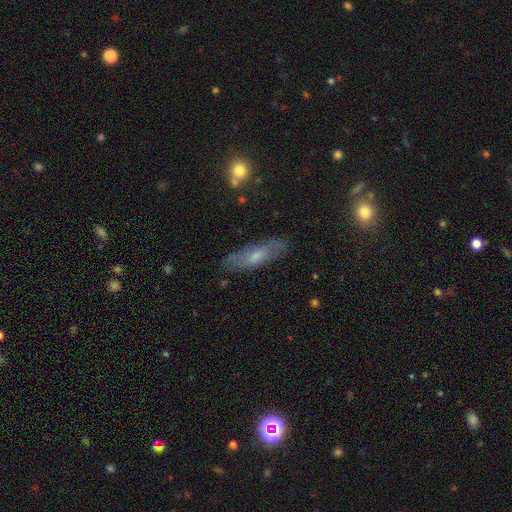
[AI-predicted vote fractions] Smooth or featured: featured or disk — 48% (smooth — 43%)
Merging: none — 79% (minor disturbance — 15%)